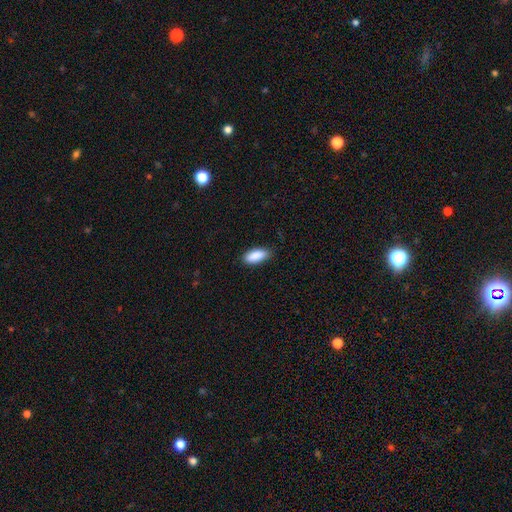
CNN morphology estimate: smooth 90%, star or artifact 6%, featured or disk 4%. Down the decision tree: how rounded — in between (87%); merging — none (85%).